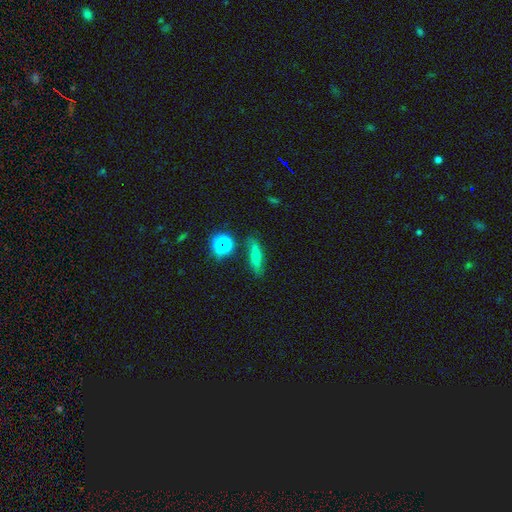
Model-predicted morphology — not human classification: A smooth galaxy with no disk features (47%).

Vote fractions:
- Smooth or featured? smooth: 47% / featured or disk: 31% / star or artifact: 22%
- Merging? none: 78% / minor disturbance: 14% / merger: 4% / major disturbance: 4%